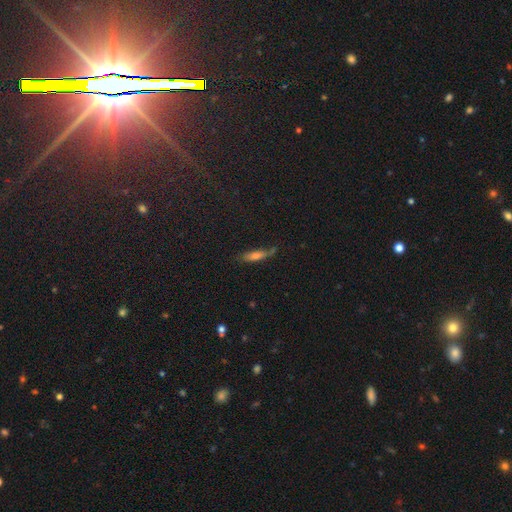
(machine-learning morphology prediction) The model was most divided on "smooth or featured": smooth: 56%, featured or disk: 31%, star or artifact: 13%. More confident: how rounded — cigar-shaped (73%); merging — none (63%).